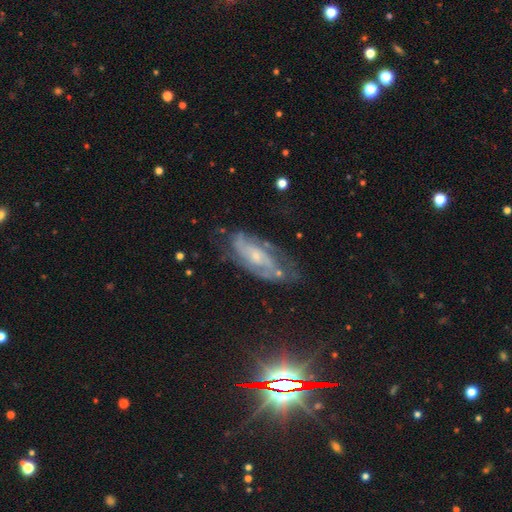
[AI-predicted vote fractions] This is likely a featured or disk galaxy (78%). It is clearly not viewed edge-on (90%). Bar: possibly no (56%). Spiral arm pattern: clearly yes (90%). Spiral arm count: possibly 2 (53%). Spiral winding: marginally medium (43%). Central bulge: possibly small (56%). Merging: likely none (61%).